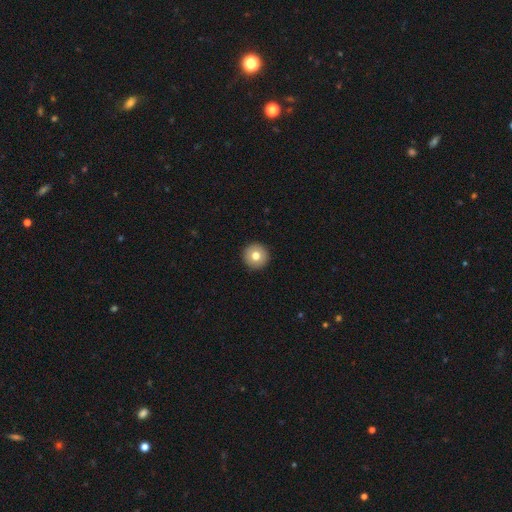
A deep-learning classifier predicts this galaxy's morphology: Smooth or featured: smooth — 77% (featured or disk — 14%)
How rounded: round — 96% (in between — 3%)
Merging: none — 94% (minor disturbance — 4%)